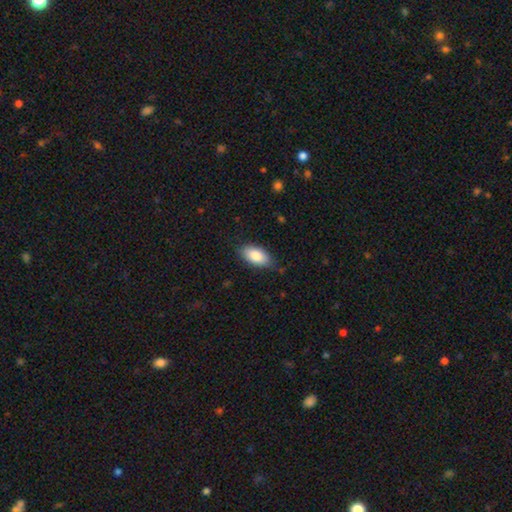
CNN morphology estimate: A smooth galaxy with no disk features (85%) that is in between round and cigar-shaped (92%).

Vote fractions:
- Smooth or featured? smooth: 85% / featured or disk: 9% / star or artifact: 6%
- How rounded? in between: 92% / cigar-shaped: 5% / round: 3%
- Merging? none: 80% / minor disturbance: 16% / major disturbance: 3% / merger: 1%